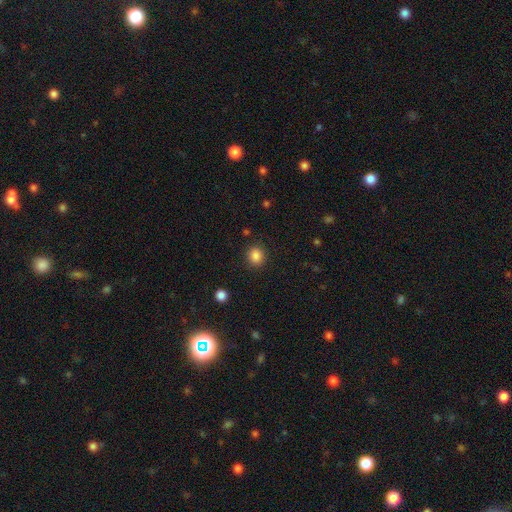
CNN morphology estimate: Smooth or featured?
  - smooth: 86% *
  - star or artifact: 11%
  - featured or disk: 4%
How rounded?
  - round: 82% *
  - in between: 17%
  - cigar-shaped: 1%
Merging?
  - none: 89% *
  - minor disturbance: 7%
  - major disturbance: 3%
  - merger: 1%